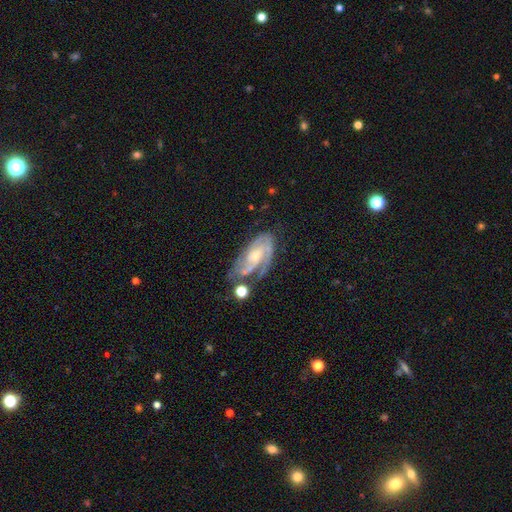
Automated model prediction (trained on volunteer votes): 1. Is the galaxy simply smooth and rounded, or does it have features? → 83% featured or disk, 11% smooth, 6% star or artifact.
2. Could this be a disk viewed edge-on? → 95% no, 5% yes.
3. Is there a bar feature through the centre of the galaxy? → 61% no, 31% weak, 8% strong.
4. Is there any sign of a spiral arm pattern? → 95% yes, 5% no.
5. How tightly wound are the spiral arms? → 49% tight, 40% medium, 11% loose.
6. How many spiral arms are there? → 37% 2, 27% 3, 21% can't tell, 6% 4, 6% 1, 3% more than 4.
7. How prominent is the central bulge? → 61% small, 33% moderate, 3% none, 2% large, 1% dominant.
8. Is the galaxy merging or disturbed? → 50% none, 24% minor disturbance, 16% major disturbance, 9% merger.